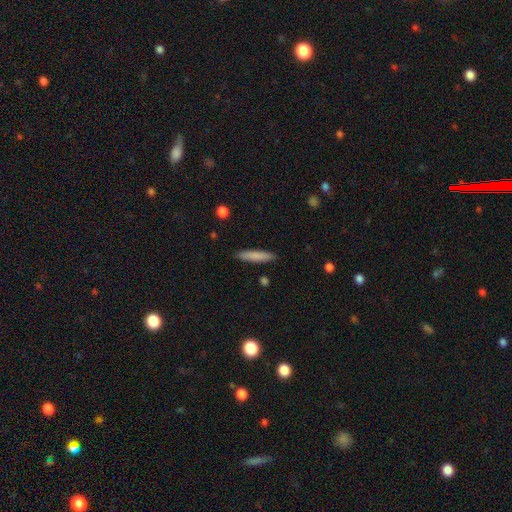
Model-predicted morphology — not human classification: Q: Smooth or featured?
A: smooth (80%); runner-up: featured or disk (14%)
Q: How rounded?
A: cigar-shaped (87%); runner-up: in between (12%)
Q: Merging?
A: none (89%); runner-up: minor disturbance (8%)